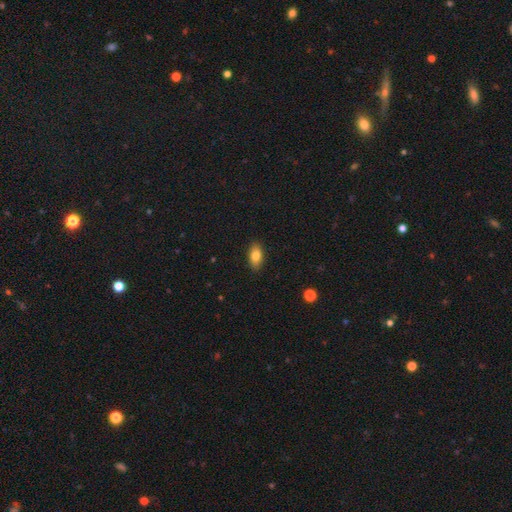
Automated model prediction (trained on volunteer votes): This is clearly a smooth galaxy (81%). How rounded: clearly in between (88%). Merging: clearly none (88%).